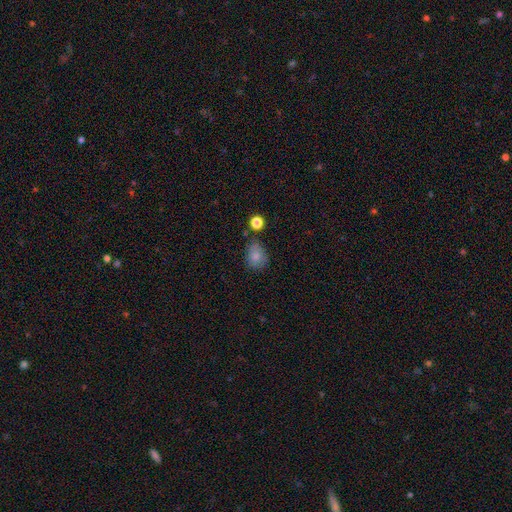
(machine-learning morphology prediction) Smooth or featured? smooth (80%)
How rounded? in between (50%)
Merging? none (61%)